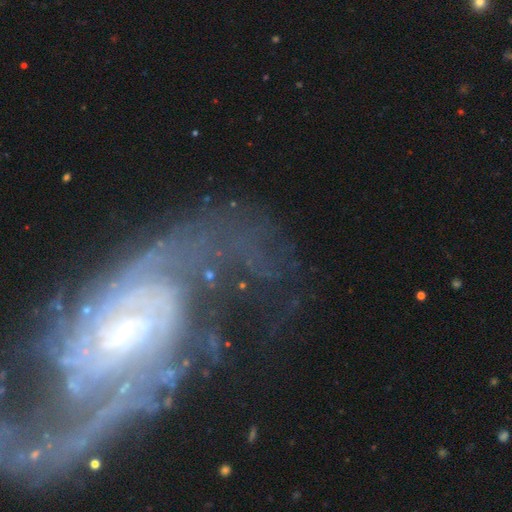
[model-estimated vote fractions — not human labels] A featured or disk galaxy (86%) with no bar (44%), 2 (44%) tight (44%) spiral arms (94%) and a small central bulge (65%).

Vote fractions:
- Smooth or featured? featured or disk: 86% / star or artifact: 8% / smooth: 6%
- Edge-on disk? no: 96% / yes: 4%
- Bar? no: 44% / weak: 39% / strong: 17%
- Spiral arms? yes: 94% / no: 6%
- Spiral winding? tight: 44% / medium: 38% / loose: 18%
- Spiral arm count? 2: 44% / can't tell: 24% / 3: 10% / 1: 8% / 4: 7% / more than 4: 7%
- Bulge size? small: 65% / moderate: 21% / none: 7% / large: 5% / dominant: 2%
- Merging? none: 57% / major disturbance: 21% / minor disturbance: 16% / merger: 5%